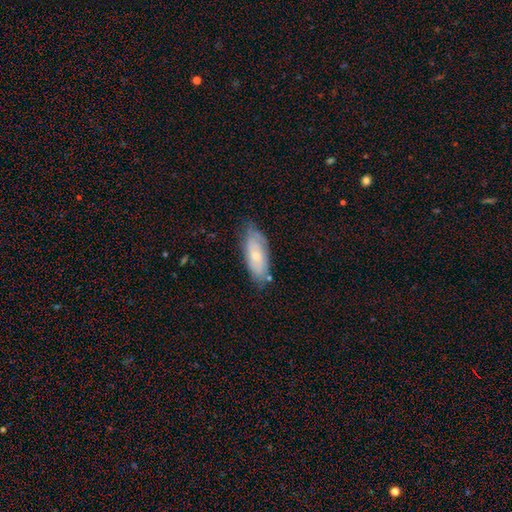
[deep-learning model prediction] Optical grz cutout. It shows a smooth galaxy with no disk features (49%). Merging: none (70%).